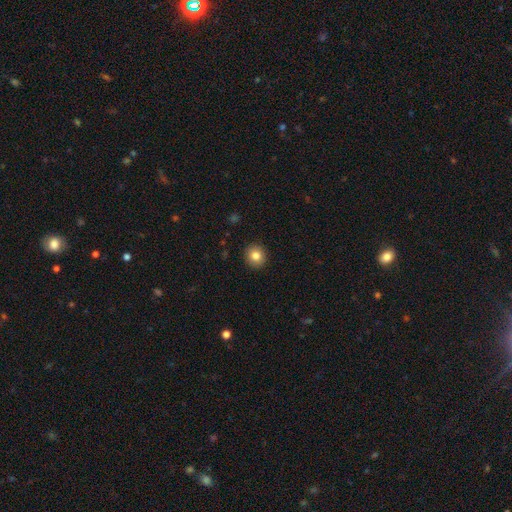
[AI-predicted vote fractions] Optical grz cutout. It shows a smooth galaxy with no disk features (83%) that is round (86%). Merging: none (92%).